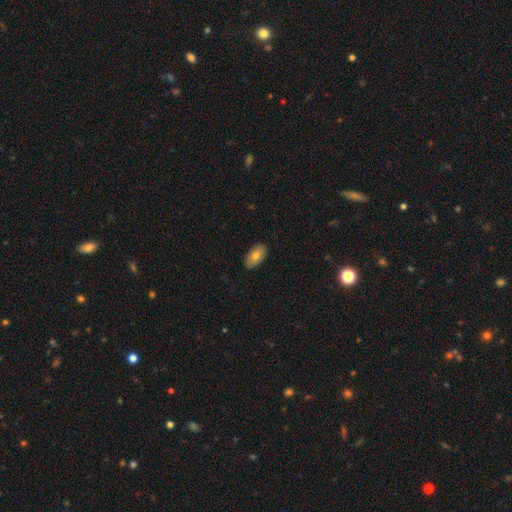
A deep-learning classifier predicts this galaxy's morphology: smooth-or-featured: smooth: 75% | featured or disk: 18% | star or artifact: 7%
  how-rounded: in between: 94% | round: 4% | cigar-shaped: 2%
  merging: none: 88% | minor disturbance: 9% | major disturbance: 2% | merger: 1%